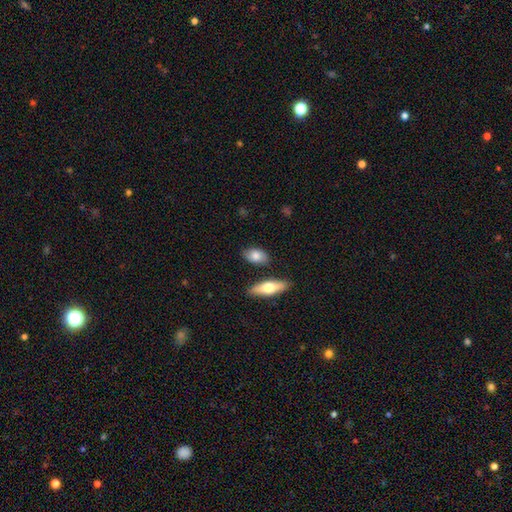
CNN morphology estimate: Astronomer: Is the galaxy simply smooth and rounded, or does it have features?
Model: smooth — 76%.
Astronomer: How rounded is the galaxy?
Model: in between — 87%.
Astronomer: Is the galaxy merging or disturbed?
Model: none — 79%.